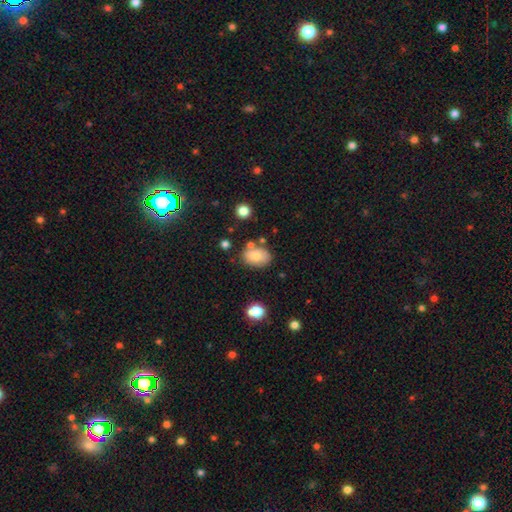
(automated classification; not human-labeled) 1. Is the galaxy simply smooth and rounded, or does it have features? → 78% smooth, 13% featured or disk, 9% star or artifact.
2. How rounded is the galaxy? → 79% in between, 19% round, 1% cigar-shaped.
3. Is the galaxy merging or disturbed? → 71% none, 16% minor disturbance, 8% merger, 4% major disturbance.